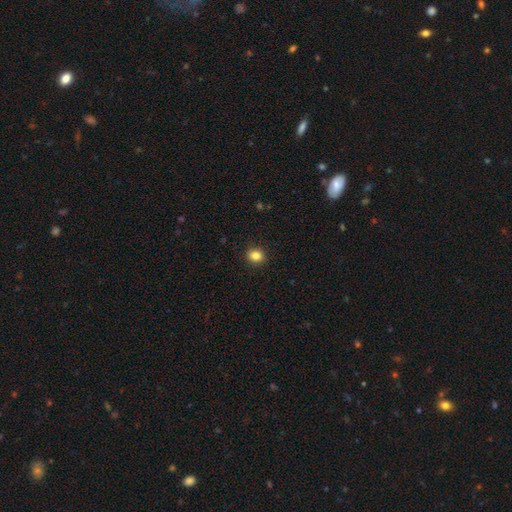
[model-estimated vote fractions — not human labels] Smooth or featured? smooth (85%)
How rounded? round (67%)
Merging? none (91%)